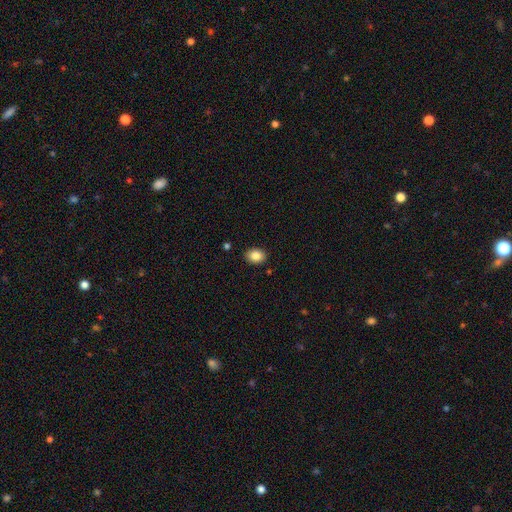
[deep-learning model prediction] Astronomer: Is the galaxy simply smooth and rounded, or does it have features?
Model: smooth — 86%.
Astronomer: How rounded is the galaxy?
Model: in between — 65%.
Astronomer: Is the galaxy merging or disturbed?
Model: none — 88%.